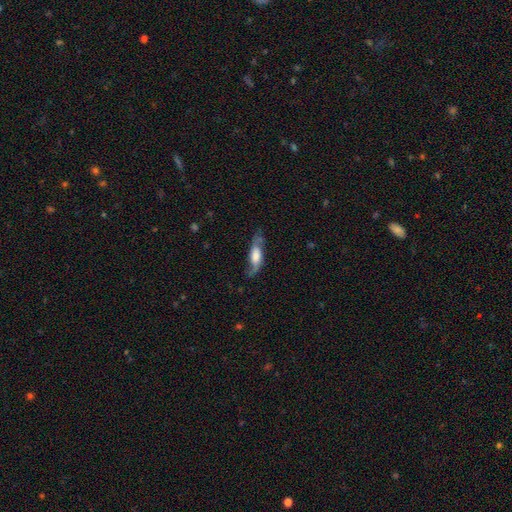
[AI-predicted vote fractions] Morphology: type=featured or disk (57%); edge-on=no (66%); merging=none (62%).